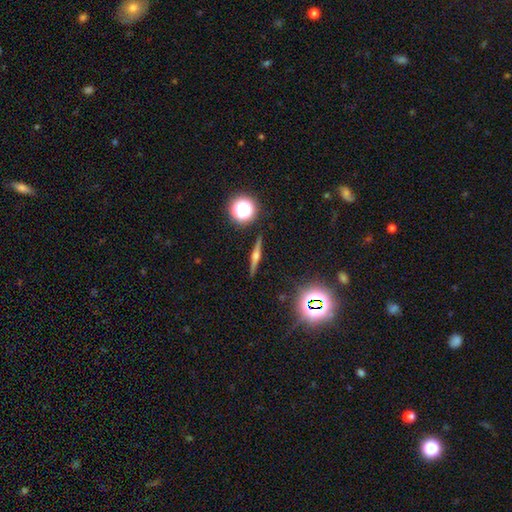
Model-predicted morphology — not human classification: This appears to be a featured or disk galaxy (72%) viewed edge-on (98%) with a rounded central bulge (90%). Merging: none (91%).